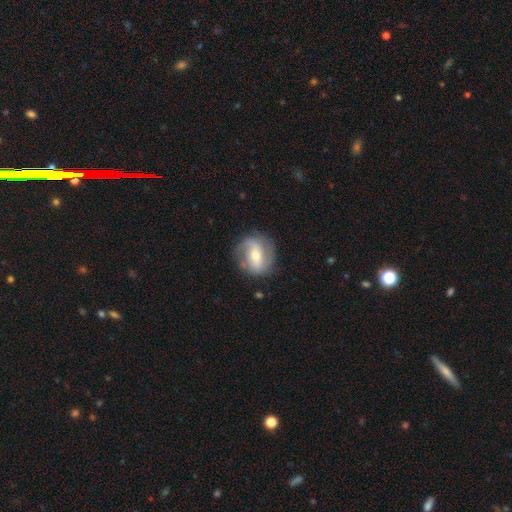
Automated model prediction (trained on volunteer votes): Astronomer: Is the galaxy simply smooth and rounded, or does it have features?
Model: featured or disk — 66%.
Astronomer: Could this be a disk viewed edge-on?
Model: no — 96%.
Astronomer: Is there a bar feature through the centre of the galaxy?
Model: weak — 41% (runner-up: no, 34%).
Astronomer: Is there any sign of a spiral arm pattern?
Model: yes — 82%.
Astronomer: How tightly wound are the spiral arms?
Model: medium — 42% (runner-up: loose, 29%).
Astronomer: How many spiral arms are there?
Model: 2 — 74%.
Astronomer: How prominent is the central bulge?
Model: moderate — 67%.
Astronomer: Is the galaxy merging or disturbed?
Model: none — 76%.